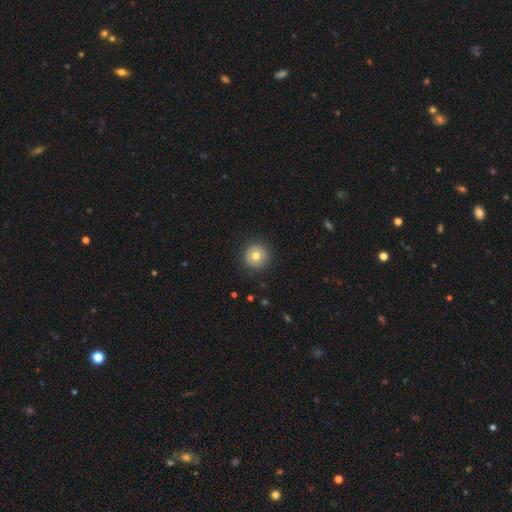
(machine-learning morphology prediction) A smooth galaxy with no disk features (70%) that is round (95%).

Vote fractions:
- Smooth or featured? smooth: 70% / featured or disk: 21% / star or artifact: 9%
- How rounded? round: 95% / in between: 4% / cigar-shaped: 1%
- Merging? none: 88% / minor disturbance: 8% / major disturbance: 3% / merger: 1%